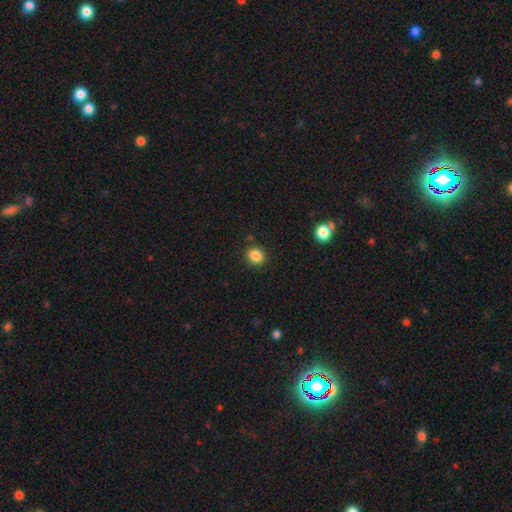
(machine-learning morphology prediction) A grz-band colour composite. It shows a smooth galaxy with no disk features (86%) that is round (78%). Merging: none (87%).